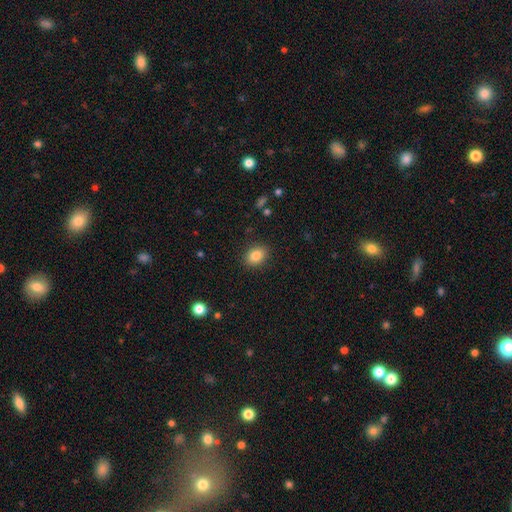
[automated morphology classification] The model was most divided on "how rounded": in between: 71%, round: 28%, cigar-shaped: 1%. More confident: merging — none (88%); smooth or featured — smooth (85%).